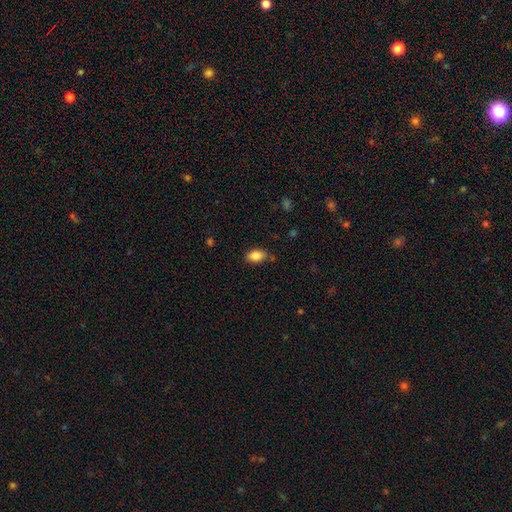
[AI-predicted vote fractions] Smooth or featured? Predicted: smooth (p=0.87). How rounded? Predicted: in between (p=0.89). Merging? Predicted: none (p=0.75).